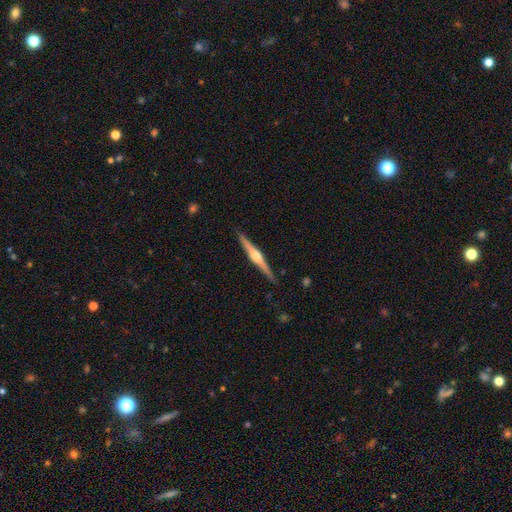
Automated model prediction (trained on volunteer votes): Q: Smooth or featured?
A: featured or disk (76%); runner-up: smooth (19%)
Q: Edge-on disk?
A: yes (98%); runner-up: no (2%)
Q: Edge-on bulge?
A: rounded (88%); runner-up: boxy (8%)
Q: Merging?
A: none (89%); runner-up: minor disturbance (8%)